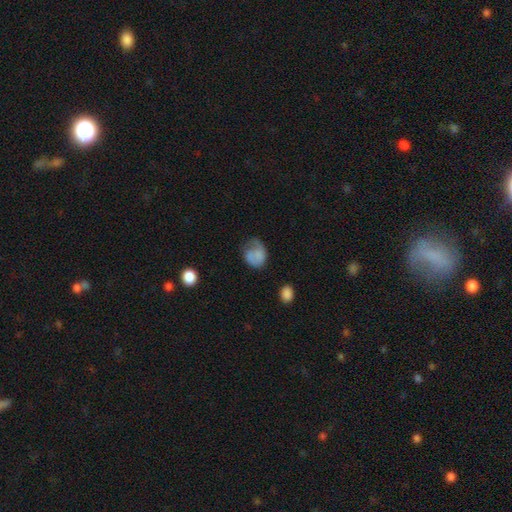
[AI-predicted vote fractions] Smooth or featured? Predicted: smooth (p=0.61). How rounded? Predicted: round (p=0.56). Merging? Predicted: none (p=0.37).